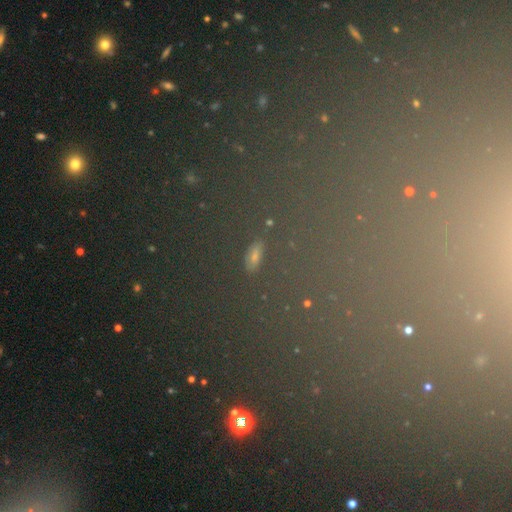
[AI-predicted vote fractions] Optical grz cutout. It shows a star or artifact, not a galaxy (48%).